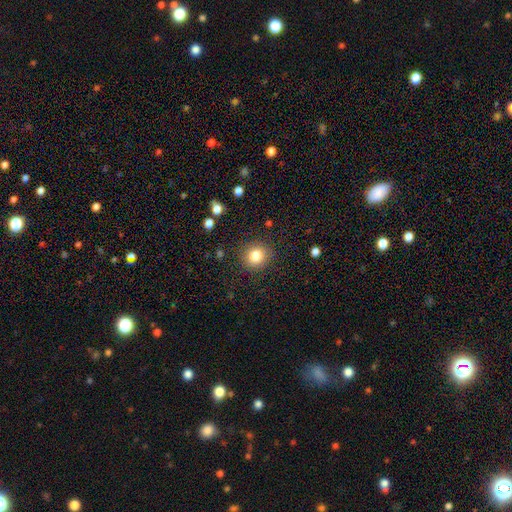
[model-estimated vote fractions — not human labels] A smooth galaxy with no disk features (81%) that is round (87%). Merging: none (88%).